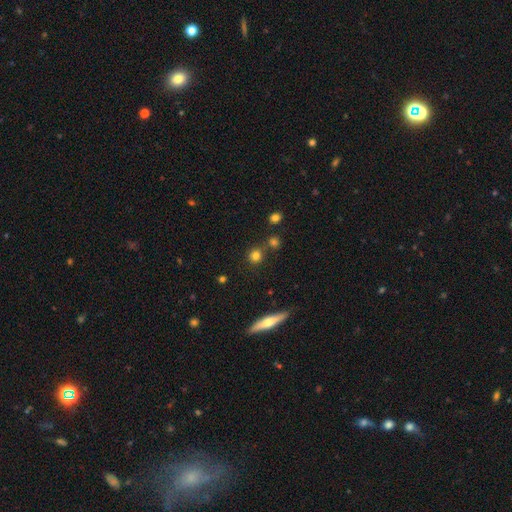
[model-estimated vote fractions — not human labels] Smooth or featured: smooth — 76% (star or artifact — 14%)
How rounded: round — 86% (in between — 11%)
Merging: none — 75% (merger — 13%)